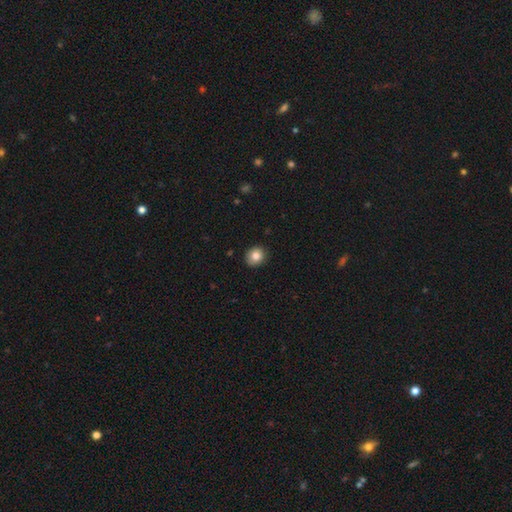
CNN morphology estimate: Smooth or featured? Predicted: smooth (p=0.83). How rounded? Predicted: round (p=0.74). Merging? Predicted: none (p=0.88).